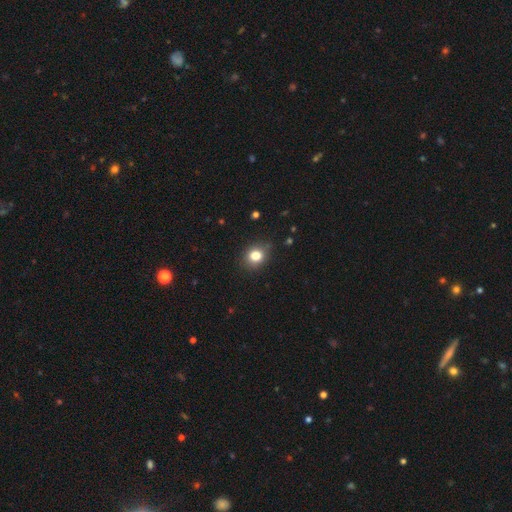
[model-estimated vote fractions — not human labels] The model was most divided on "how rounded": round: 66%, in between: 33%, cigar-shaped: 1%. More confident: merging — none (83%); smooth or featured — smooth (81%).